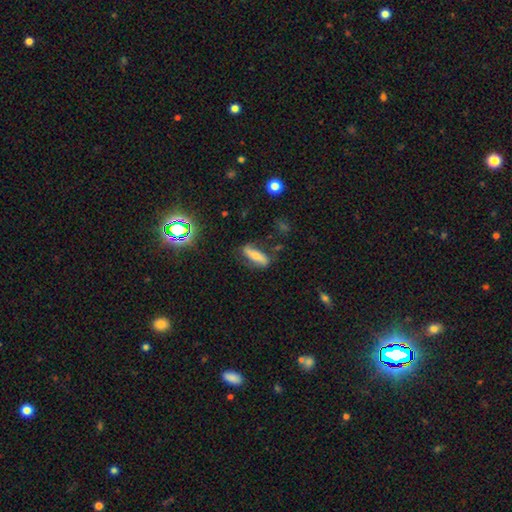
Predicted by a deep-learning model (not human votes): A smooth galaxy with no disk features (51%) that is in between round and cigar-shaped (52%). Merging: none (69%).